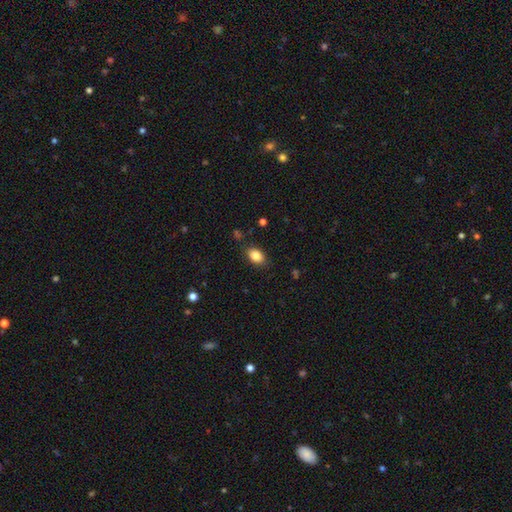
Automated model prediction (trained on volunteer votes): Overall: smooth (85%). How rounded: in between (82%). Merging: none (84%).